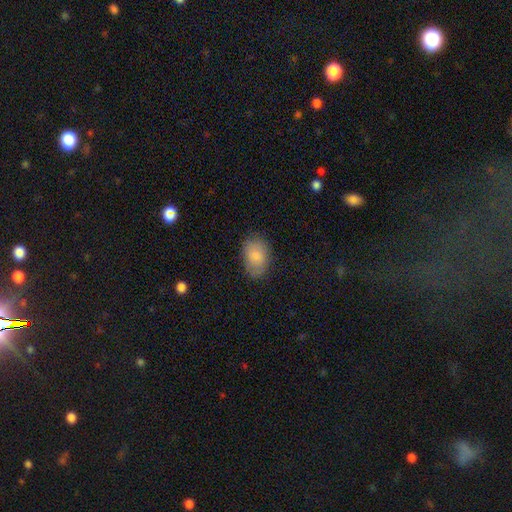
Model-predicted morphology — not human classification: Smooth or featured: smooth — 83% (featured or disk — 10%)
How rounded: in between — 88% (round — 11%)
Merging: none — 76% (minor disturbance — 19%)